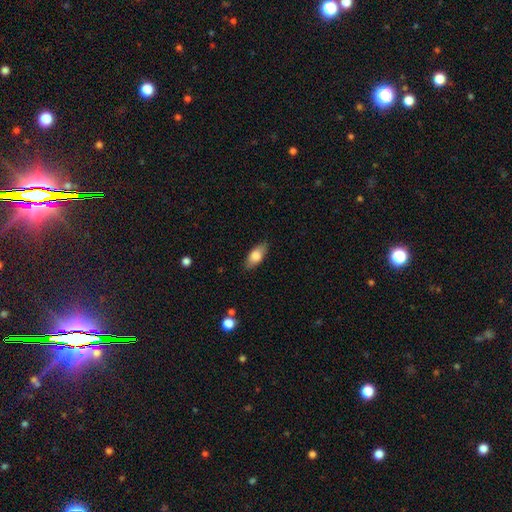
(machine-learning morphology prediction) Overall: smooth (77%). How rounded: in between (85%). Merging: none (84%).